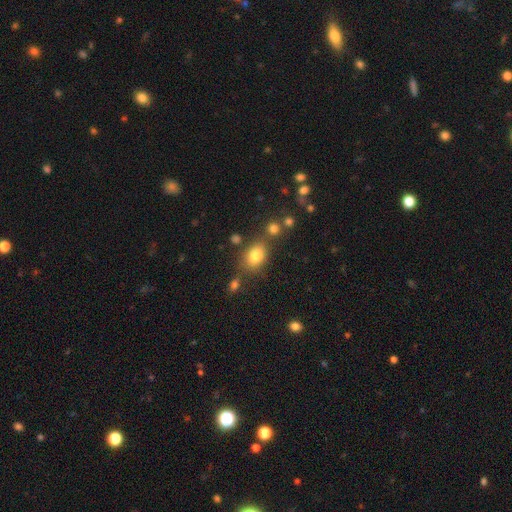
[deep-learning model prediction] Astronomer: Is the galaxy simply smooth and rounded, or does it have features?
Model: smooth — 80%.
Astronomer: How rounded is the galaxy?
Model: in between — 70%.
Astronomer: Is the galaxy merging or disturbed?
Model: none — 69%.